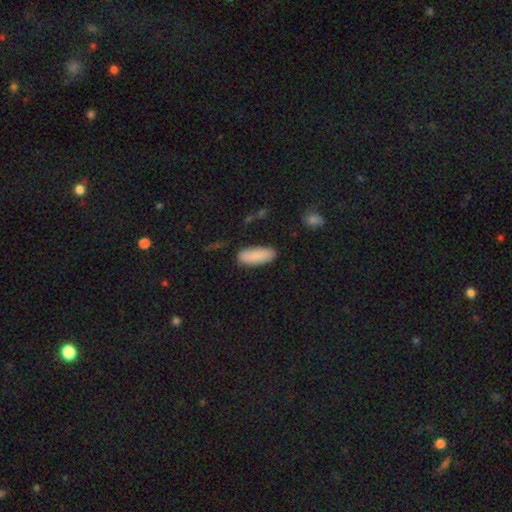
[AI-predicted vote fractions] smooth-or-featured: smooth: 89% | star or artifact: 6% | featured or disk: 5%
  how-rounded: in between: 67% | cigar-shaped: 31% | round: 2%
  merging: none: 86% | minor disturbance: 10% | major disturbance: 2% | merger: 2%